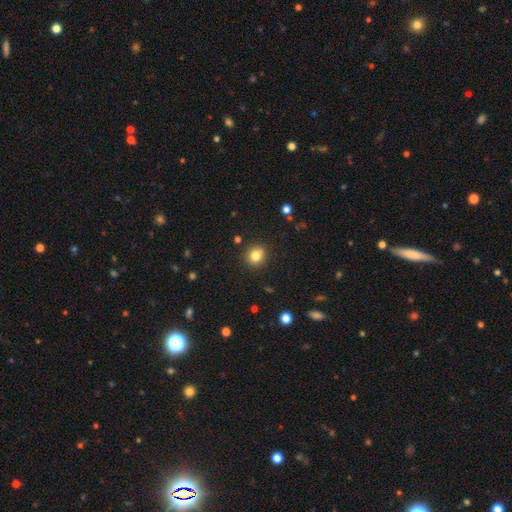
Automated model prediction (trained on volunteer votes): Morphology: type=smooth (81%); roundness=round (89%); merging=none (88%).